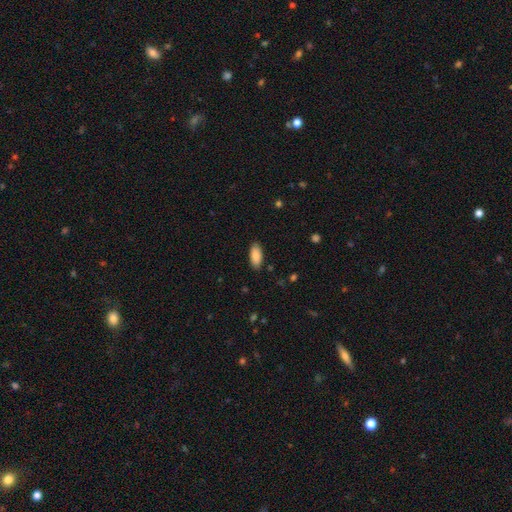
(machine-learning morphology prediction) Smooth or featured?
  - smooth: 88% *
  - star or artifact: 6%
  - featured or disk: 6%
How rounded?
  - in between: 90% *
  - cigar-shaped: 8%
  - round: 2%
Merging?
  - none: 88% *
  - minor disturbance: 9%
  - major disturbance: 2%
  - merger: 1%